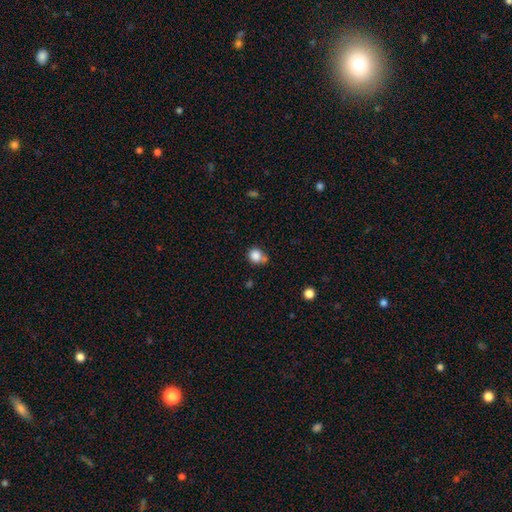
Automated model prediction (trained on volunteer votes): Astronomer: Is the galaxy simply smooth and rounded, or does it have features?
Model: smooth — 84%.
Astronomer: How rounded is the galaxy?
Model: round — 78%.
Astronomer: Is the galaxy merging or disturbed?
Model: none — 55%.